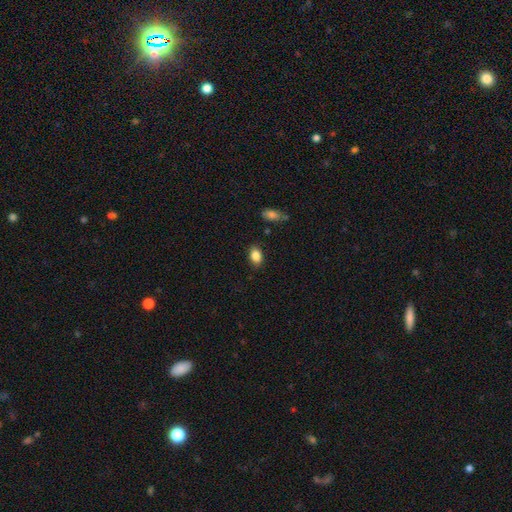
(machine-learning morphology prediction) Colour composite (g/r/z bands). It shows a smooth galaxy with no disk features (85%) that is in between round and cigar-shaped (81%). Merging: none (84%).